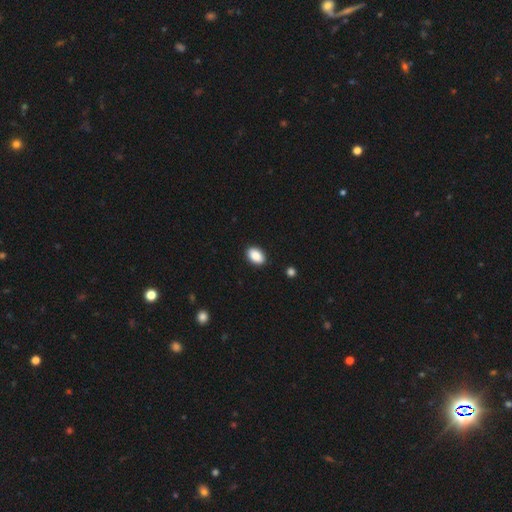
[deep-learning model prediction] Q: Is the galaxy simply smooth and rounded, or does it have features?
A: smooth — 89%.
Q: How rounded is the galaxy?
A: in between — 91%.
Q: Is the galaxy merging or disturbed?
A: none — 90%.